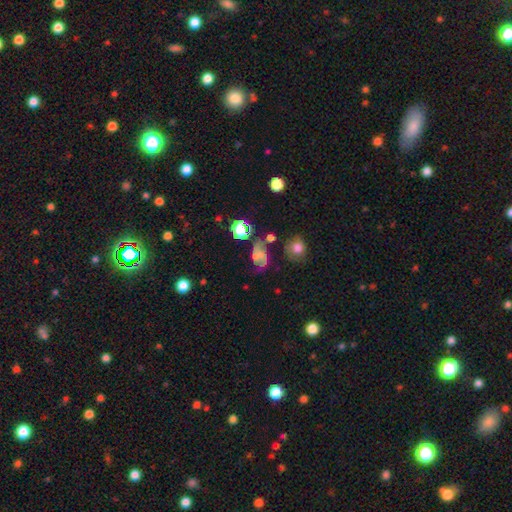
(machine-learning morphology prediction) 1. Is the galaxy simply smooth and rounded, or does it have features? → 55% featured or disk, 25% star or artifact, 21% smooth.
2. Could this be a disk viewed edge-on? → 96% no, 4% yes.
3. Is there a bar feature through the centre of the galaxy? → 56% no, 34% weak, 10% strong.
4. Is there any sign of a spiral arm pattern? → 85% yes, 15% no.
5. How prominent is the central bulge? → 51% small, 23% none, 21% moderate, 3% large, 2% dominant.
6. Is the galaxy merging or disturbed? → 54% none, 20% minor disturbance, 18% major disturbance, 9% merger.